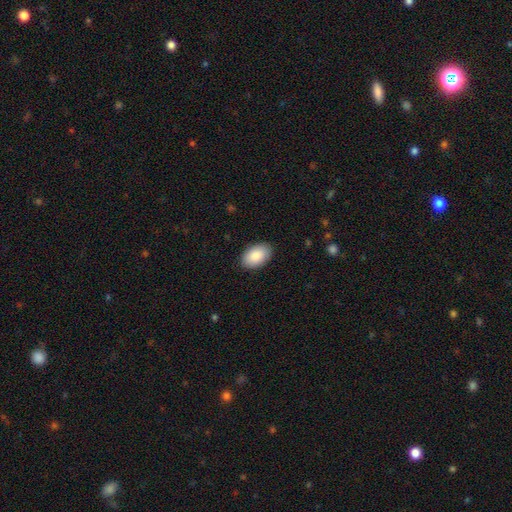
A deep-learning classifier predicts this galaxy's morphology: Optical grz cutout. It shows a smooth galaxy with no disk features (87%) that is in between round and cigar-shaped (94%). Merging: none (88%).